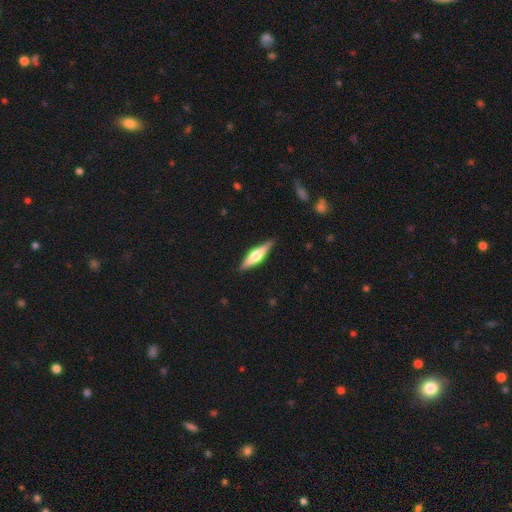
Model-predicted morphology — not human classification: Smooth or featured? Predicted: featured or disk (p=0.56). Edge-on disk? Predicted: yes (p=0.96). Edge-on bulge? Predicted: rounded (p=0.85). Merging? Predicted: none (p=0.87).